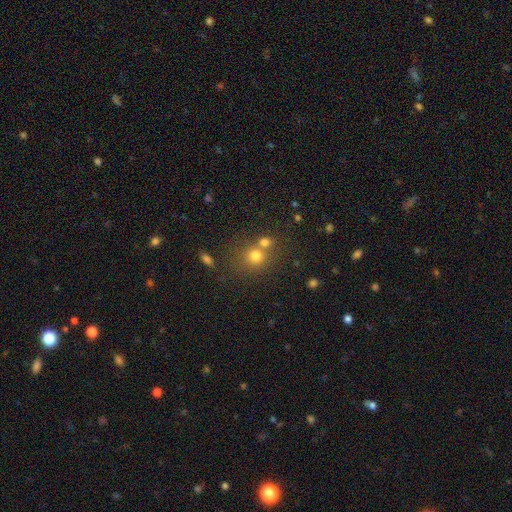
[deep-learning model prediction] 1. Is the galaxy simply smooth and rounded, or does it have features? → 74% smooth, 16% star or artifact, 11% featured or disk.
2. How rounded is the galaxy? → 82% round, 17% in between, 1% cigar-shaped.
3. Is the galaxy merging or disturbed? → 52% none, 36% merger, 9% minor disturbance, 4% major disturbance.